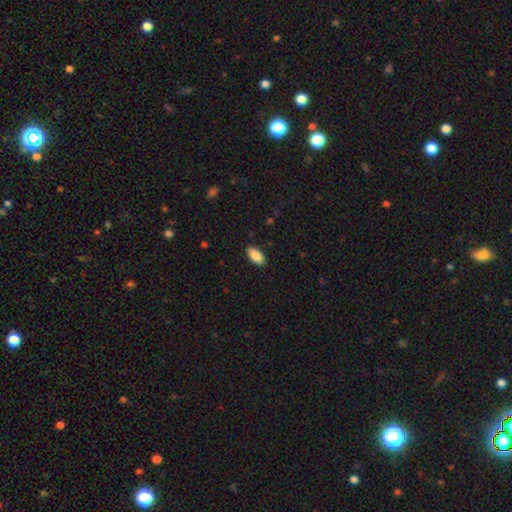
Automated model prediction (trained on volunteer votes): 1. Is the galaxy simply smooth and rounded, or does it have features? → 88% smooth, 6% star or artifact, 5% featured or disk.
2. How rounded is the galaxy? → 92% in between, 6% cigar-shaped, 2% round.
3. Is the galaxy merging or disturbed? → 88% none, 9% minor disturbance, 2% major disturbance, 1% merger.